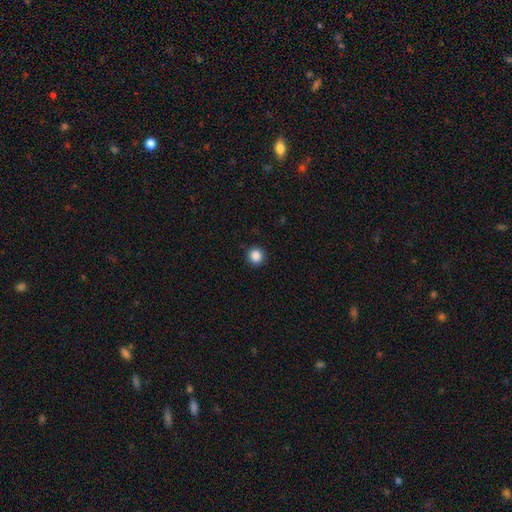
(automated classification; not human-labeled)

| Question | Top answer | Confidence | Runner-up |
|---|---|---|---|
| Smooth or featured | smooth | 87% | star or artifact (10%) |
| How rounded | round | 93% | in between (6%) |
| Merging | none | 92% | minor disturbance (6%) |